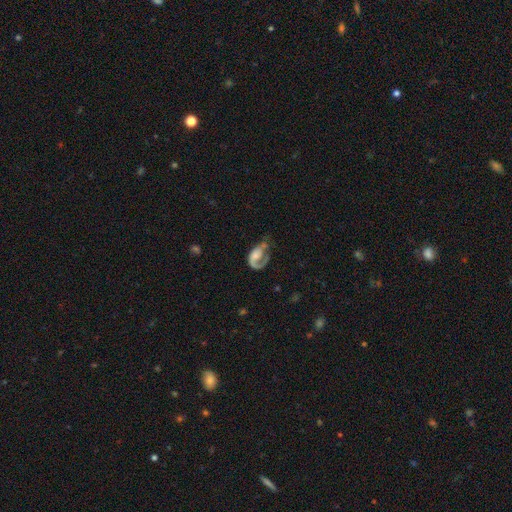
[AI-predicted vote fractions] Overall: featured or disk (69%). Edge-on disk: no (97%). Bar: no (71%). Spiral arms: yes (85%). Spiral arm count: 1 (83%). Spiral winding: medium (35%; tight 33%). Bulge size: moderate (32%; small 27%). Merging: major disturbance (44%; none 32%).